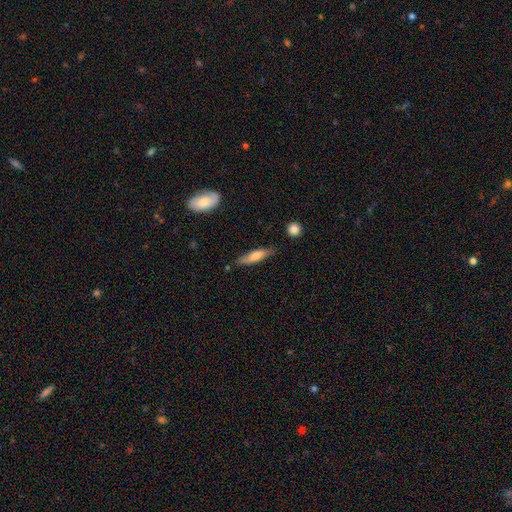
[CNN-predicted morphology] A smooth galaxy with no disk features (66%) that is cigar-shaped (72%). Merging: none (77%).